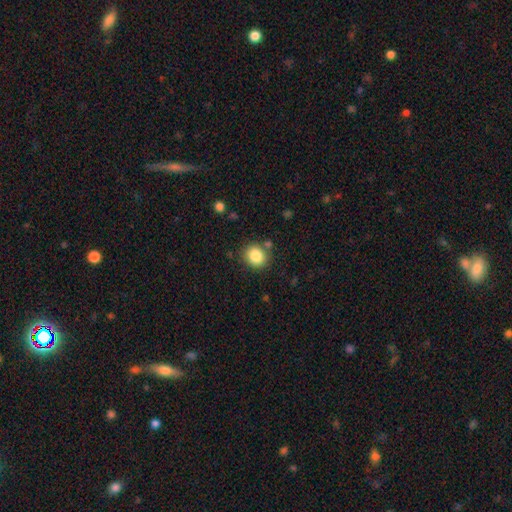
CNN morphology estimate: A smooth galaxy with no disk features (85%) that is round (78%).

Vote fractions:
- Smooth or featured? smooth: 85% / star or artifact: 10% / featured or disk: 6%
- How rounded? round: 78% / in between: 22% / cigar-shaped: 1%
- Merging? none: 82% / minor disturbance: 10% / merger: 5% / major disturbance: 3%